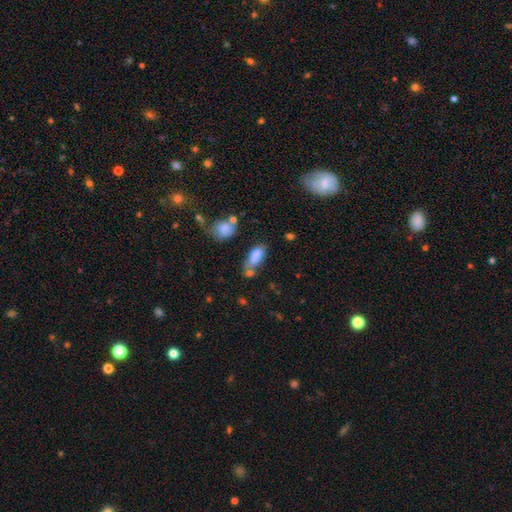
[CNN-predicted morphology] type=smooth (78%); roundness=in between (79%); merging=none (38%).